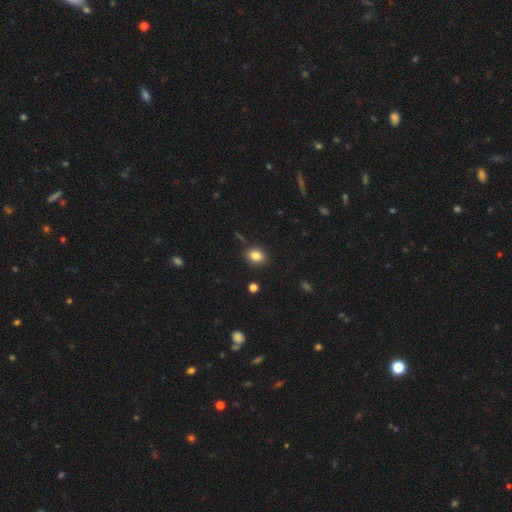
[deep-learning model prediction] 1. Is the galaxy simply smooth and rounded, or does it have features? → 84% smooth, 10% star or artifact, 6% featured or disk.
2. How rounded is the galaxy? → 57% in between, 41% round, 1% cigar-shaped.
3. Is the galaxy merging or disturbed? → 85% none, 10% minor disturbance, 3% major disturbance, 2% merger.